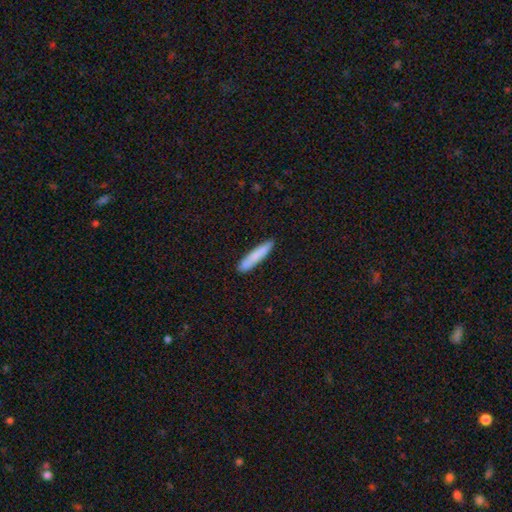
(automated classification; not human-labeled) Q: Smooth or featured?
A: smooth (81%); runner-up: featured or disk (13%)
Q: How rounded?
A: cigar-shaped (92%); runner-up: in between (7%)
Q: Merging?
A: none (87%); runner-up: minor disturbance (10%)